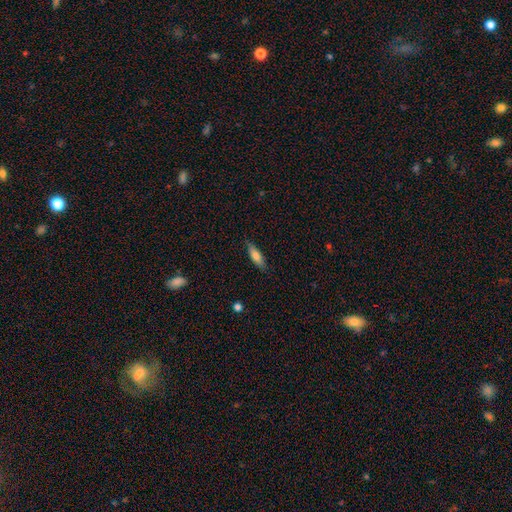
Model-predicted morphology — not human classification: A smooth galaxy with no disk features (72%) that is cigar-shaped (50%). Merging: none (83%).